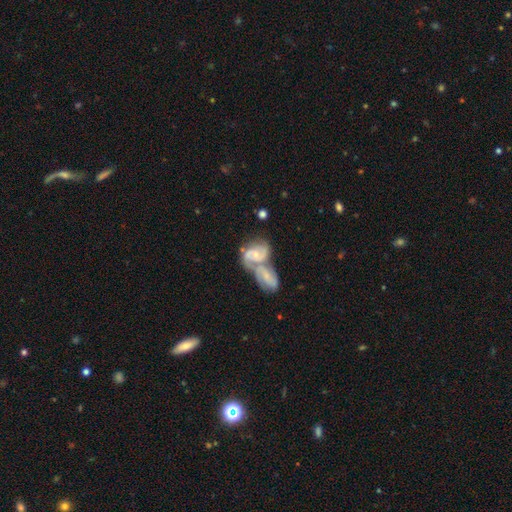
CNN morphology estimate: Smooth or featured?
  - featured or disk: 78% *
  - smooth: 16%
  - star or artifact: 6%
Edge-on disk?
  - no: 97% *
  - yes: 3%
Bar?
  - no: 56% *
  - weak: 35%
  - strong: 9%
Spiral arms?
  - yes: 93% *
  - no: 7%
Spiral winding?
  - medium: 51% *
  - tight: 34%
  - loose: 16%
Spiral arm count?
  - 2: 74% *
  - can't tell: 11%
  - 3: 7%
  - 1: 4%
  - 4: 2%
  - more than 4: 2%
Bulge size?
  - small: 58% *
  - moderate: 35%
  - none: 4%
  - large: 2%
  - dominant: 1%
Merging?
  - merger: 73% *
  - none: 14%
  - minor disturbance: 7%
  - major disturbance: 6%